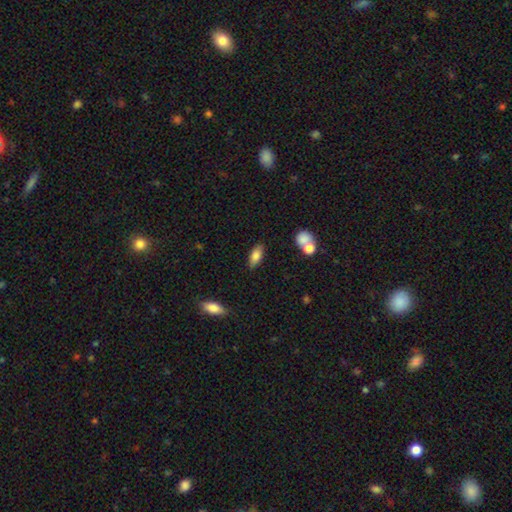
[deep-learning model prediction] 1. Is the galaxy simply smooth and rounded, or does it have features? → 79% smooth, 13% featured or disk, 8% star or artifact.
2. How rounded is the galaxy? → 82% in between, 14% cigar-shaped, 4% round.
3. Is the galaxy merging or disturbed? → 82% none, 12% minor disturbance, 3% merger, 3% major disturbance.